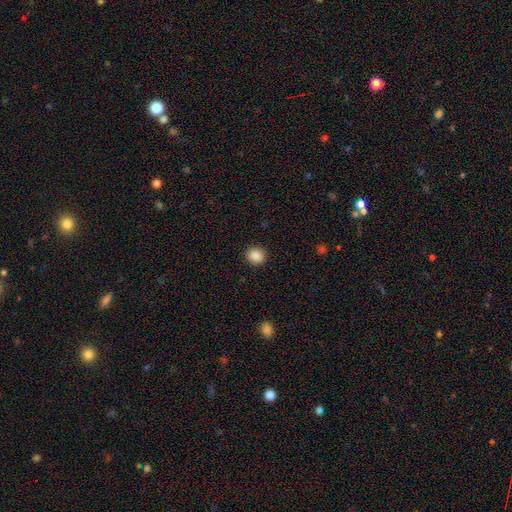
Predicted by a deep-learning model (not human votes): A smooth galaxy with no disk features (88%) that is round (83%).

Vote fractions:
- Smooth or featured? smooth: 88% / star or artifact: 9% / featured or disk: 3%
- How rounded? round: 83% / in between: 16% / cigar-shaped: 1%
- Merging? none: 92% / minor disturbance: 5% / major disturbance: 2% / merger: 1%